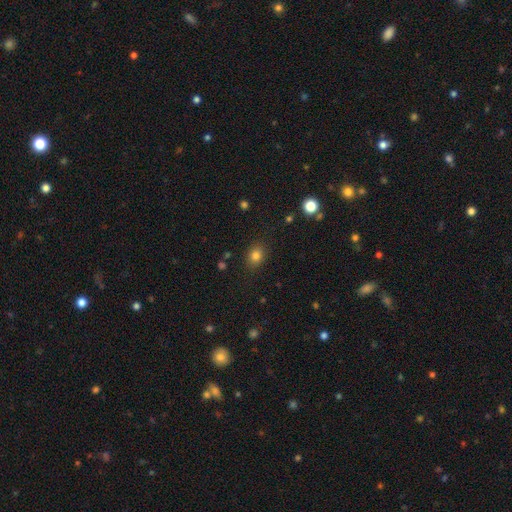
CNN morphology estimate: This is likely a smooth galaxy (80%). How rounded: possibly round (54%). Merging: clearly none (86%).